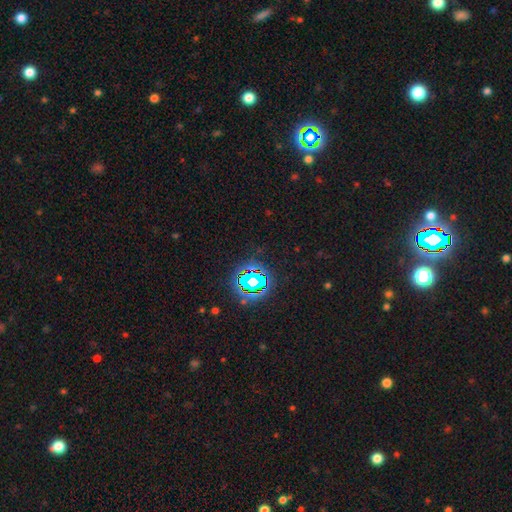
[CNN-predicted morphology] This appears to be a star or artifact, not a galaxy (81%).